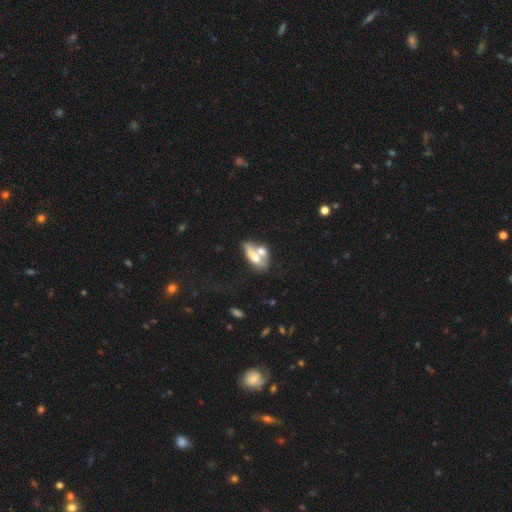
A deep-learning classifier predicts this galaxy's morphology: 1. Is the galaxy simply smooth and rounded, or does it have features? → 56% smooth, 36% featured or disk, 8% star or artifact.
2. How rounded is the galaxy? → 76% in between, 16% cigar-shaped, 8% round.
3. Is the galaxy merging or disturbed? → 62% merger, 20% none, 10% minor disturbance, 9% major disturbance.